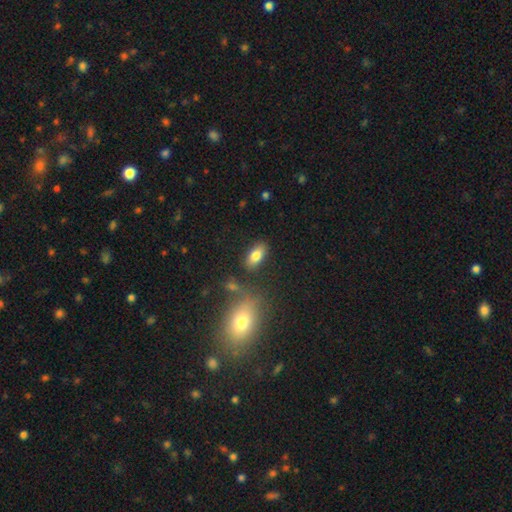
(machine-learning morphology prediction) This appears to be a smooth galaxy with no disk features (81%) that is in between round and cigar-shaped (89%). Merging: none (82%).